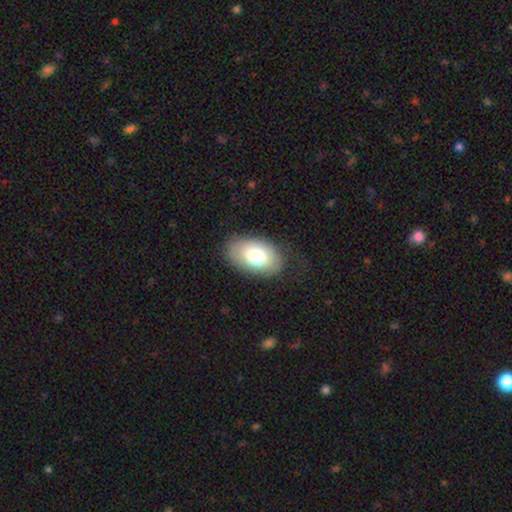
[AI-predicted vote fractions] Overall: smooth (77%). How rounded: in between (92%). Merging: none (80%).